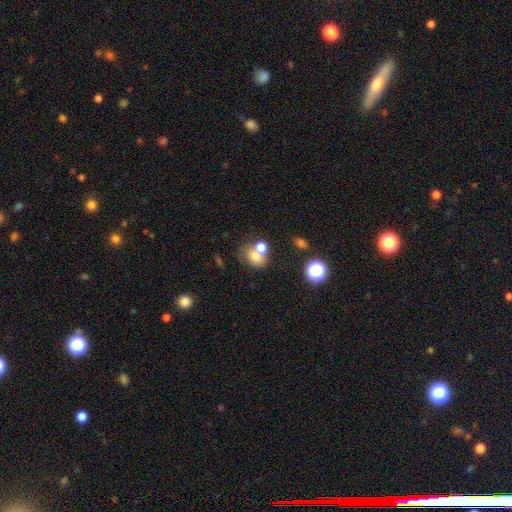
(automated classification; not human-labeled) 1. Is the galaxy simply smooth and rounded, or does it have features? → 72% smooth, 15% featured or disk, 12% star or artifact.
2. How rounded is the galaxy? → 53% round, 46% in between, 1% cigar-shaped.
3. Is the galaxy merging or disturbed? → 46% merger, 38% none, 10% minor disturbance, 5% major disturbance.